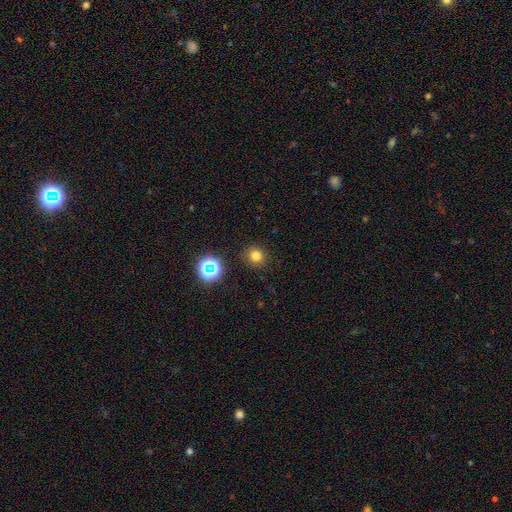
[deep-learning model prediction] A smooth galaxy with no disk features (76%) that is round (91%). Merging: none (90%).